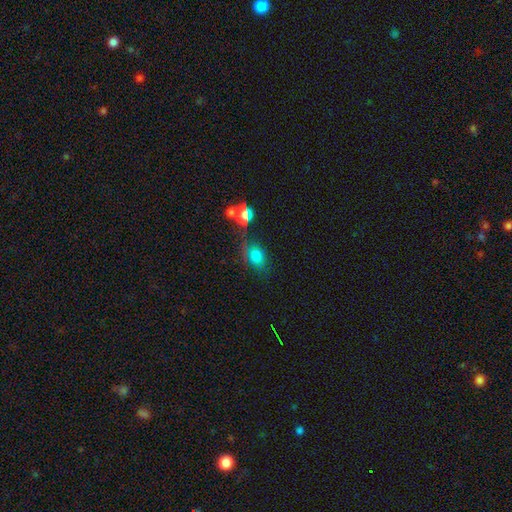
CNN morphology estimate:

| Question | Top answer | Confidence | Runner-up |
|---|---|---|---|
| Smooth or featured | smooth | 59% | star or artifact (24%) |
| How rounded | in between | 56% | round (42%) |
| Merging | none | 59% | minor disturbance (20%) |